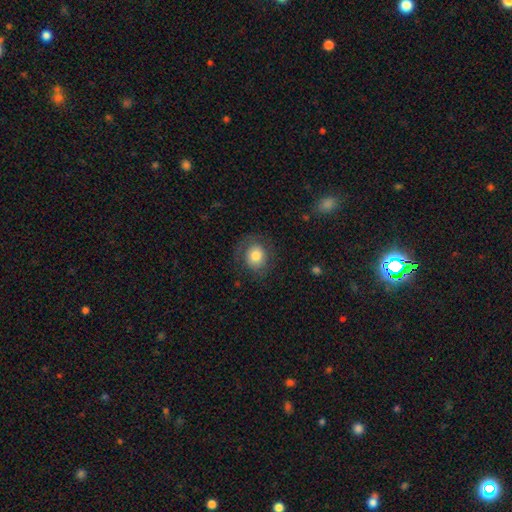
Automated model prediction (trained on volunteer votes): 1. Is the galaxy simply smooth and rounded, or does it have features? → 68% smooth, 23% featured or disk, 9% star or artifact.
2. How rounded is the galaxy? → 76% round, 23% in between, 1% cigar-shaped.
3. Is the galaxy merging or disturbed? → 71% none, 16% minor disturbance, 12% major disturbance, 1% merger.